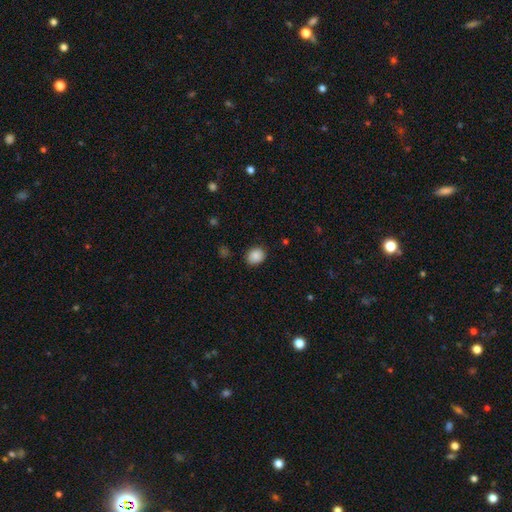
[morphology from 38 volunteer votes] Volunteers were most divided on "how rounded": round: 59%, in between: 41%, cigar-shaped: 0%. More confident: merging — none (88%); smooth or featured — smooth (84%).